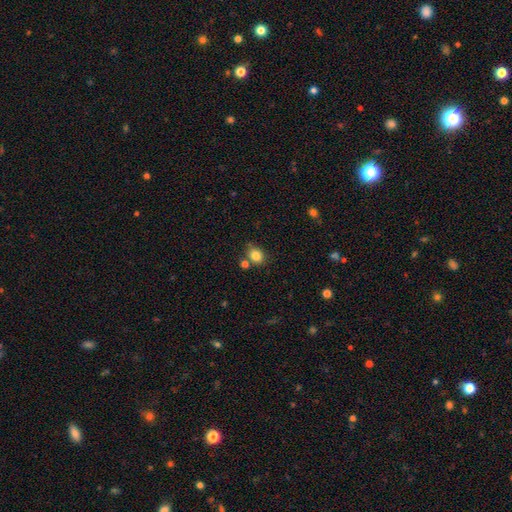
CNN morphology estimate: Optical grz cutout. It shows a smooth galaxy with no disk features (82%) that is round (60%). Merging: none (68%).